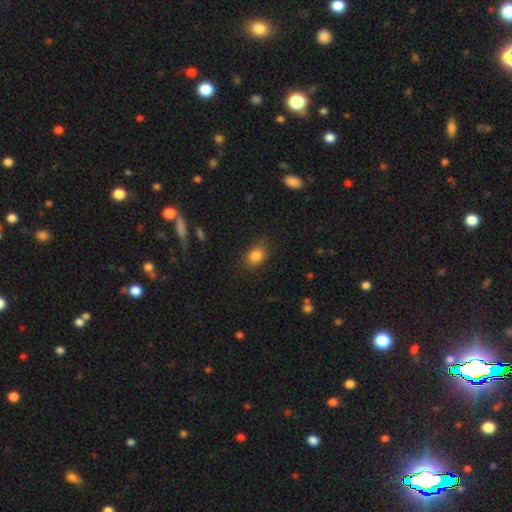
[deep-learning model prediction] A smooth galaxy with no disk features (84%) that is in between round and cigar-shaped (65%). Merging: none (73%).